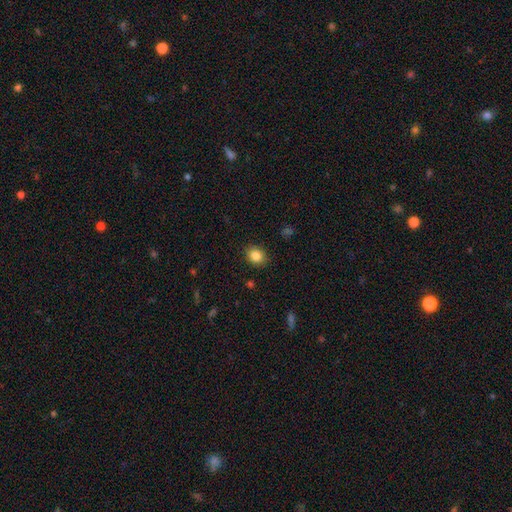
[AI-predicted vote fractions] Morphology: type=smooth (85%); roundness=round (58%); merging=none (88%).